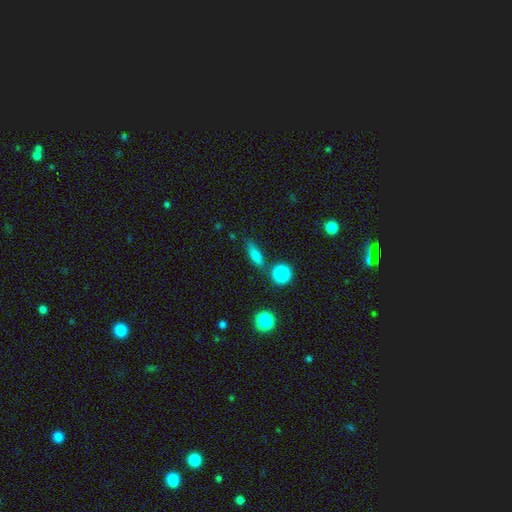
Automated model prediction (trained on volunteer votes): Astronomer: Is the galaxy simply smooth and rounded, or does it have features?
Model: smooth — 73%.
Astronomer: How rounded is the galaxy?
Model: cigar-shaped — 45%, tied with in between at 45%.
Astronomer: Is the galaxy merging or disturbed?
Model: none — 75%.